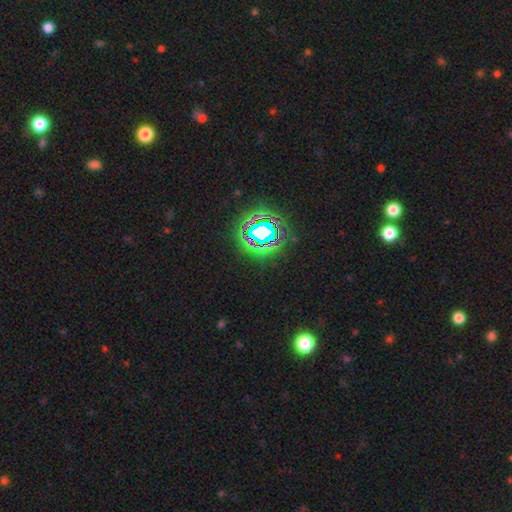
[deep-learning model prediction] Smooth or featured? Predicted: star or artifact (p=0.78).